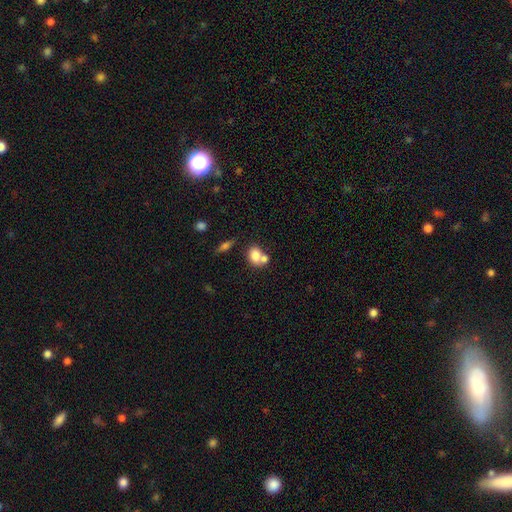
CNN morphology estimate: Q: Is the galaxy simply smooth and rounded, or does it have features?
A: smooth — 77%.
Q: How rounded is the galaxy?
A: in between — 62%.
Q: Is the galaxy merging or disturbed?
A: merger — 48%.